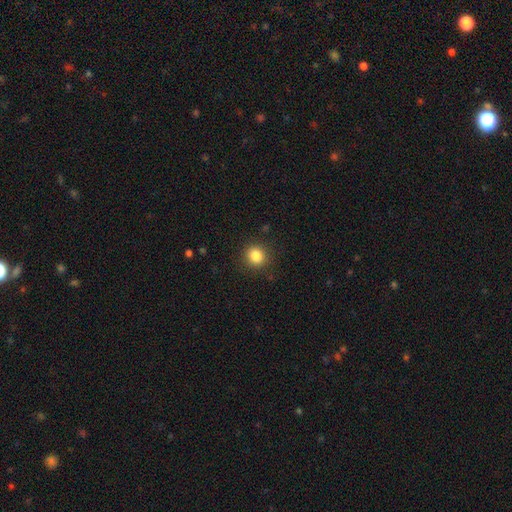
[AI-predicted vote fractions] A smooth galaxy with no disk features (85%) that is round (85%).

Vote fractions:
- Smooth or featured? smooth: 85% / star or artifact: 11% / featured or disk: 4%
- How rounded? round: 85% / in between: 14% / cigar-shaped: 1%
- Merging? none: 89% / minor disturbance: 7% / major disturbance: 3% / merger: 1%